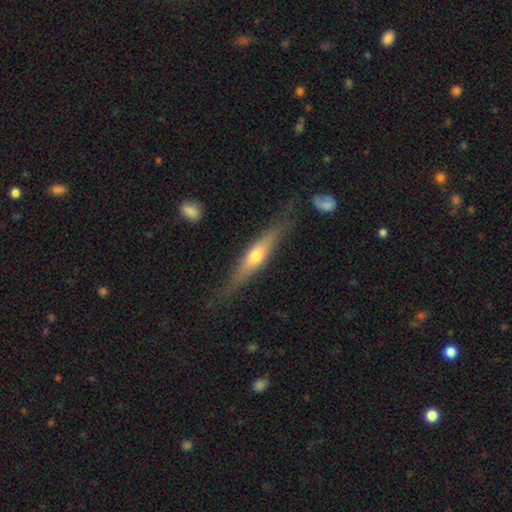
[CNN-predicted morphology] Smooth or featured: featured or disk — 57% (smooth — 37%)
Edge-on disk: yes — 89% (no — 11%)
Edge-on bulge: rounded — 86% (none — 9%)
Merging: none — 77% (minor disturbance — 15%)